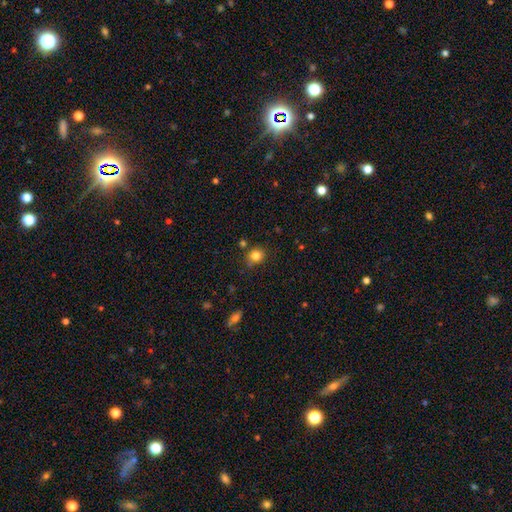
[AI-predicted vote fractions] Smooth or featured?
  - smooth: 83% *
  - star or artifact: 12%
  - featured or disk: 5%
How rounded?
  - round: 82% *
  - in between: 17%
  - cigar-shaped: 1%
Merging?
  - none: 77% *
  - minor disturbance: 14%
  - merger: 6%
  - major disturbance: 3%